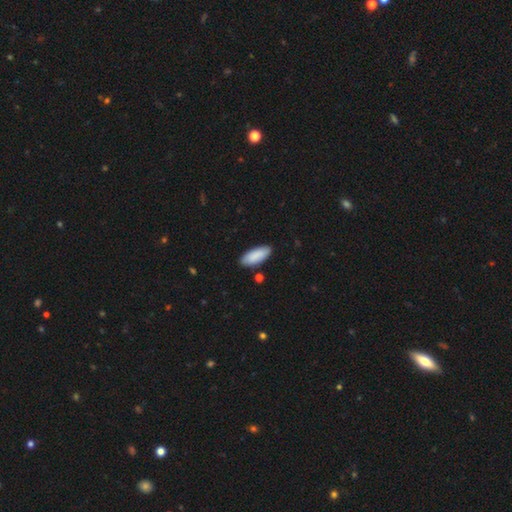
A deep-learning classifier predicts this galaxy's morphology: smooth_or_featured: smooth (p=0.88) [alt: featured or disk p=0.06]
how_rounded: in between (p=0.80) [alt: cigar-shaped p=0.19]
merging: none (p=0.85) [alt: minor disturbance p=0.11]